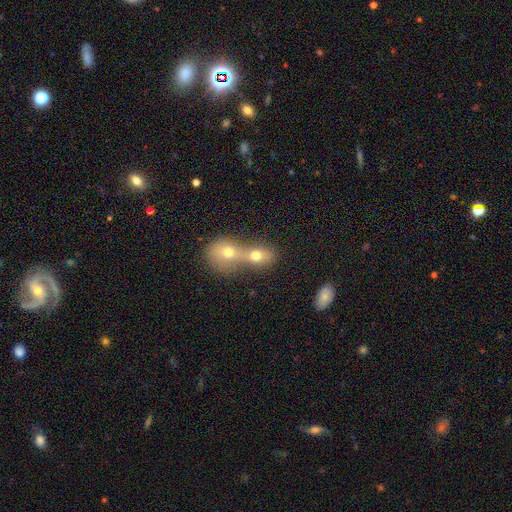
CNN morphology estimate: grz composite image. It shows a smooth galaxy with no disk features (71%) that is round (53%). Merging: merger (74%).